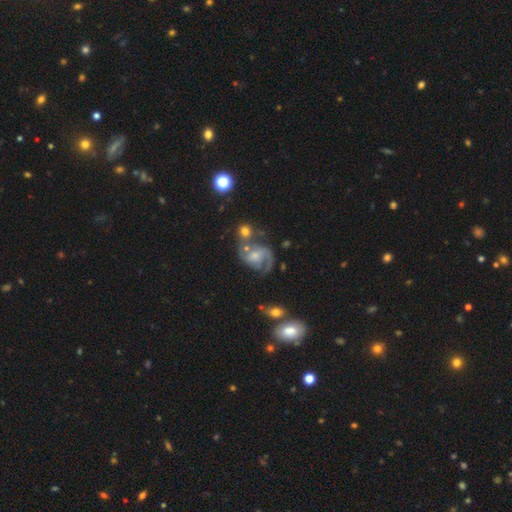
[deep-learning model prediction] This appears to be a featured or disk galaxy (85%) with no bar (55%), 2 (78%) medium (55%) spiral arms (96%) and a small central bulge (46%). Merging: none (45%).